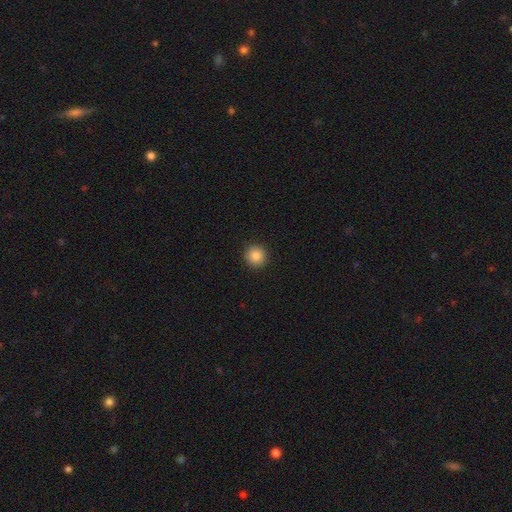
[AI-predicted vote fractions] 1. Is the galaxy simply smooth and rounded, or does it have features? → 86% smooth, 10% star or artifact, 5% featured or disk.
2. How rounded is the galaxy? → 95% round, 5% in between, 1% cigar-shaped.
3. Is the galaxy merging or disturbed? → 93% none, 5% minor disturbance, 2% major disturbance, 1% merger.